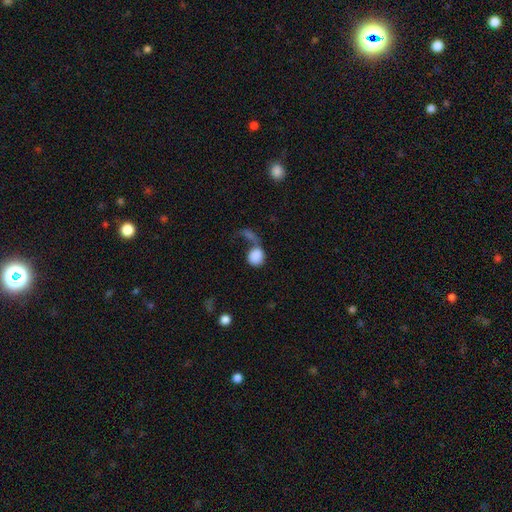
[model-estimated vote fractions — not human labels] A smooth galaxy with no disk features (83%) that is round (73%).

Vote fractions:
- Smooth or featured? smooth: 83% / featured or disk: 9% / star or artifact: 8%
- How rounded? round: 73% / in between: 25% / cigar-shaped: 2%
- Merging? merger: 32% / none: 29% / major disturbance: 25% / minor disturbance: 14%